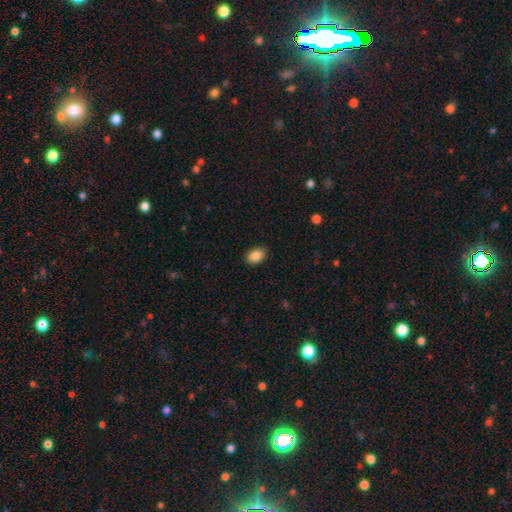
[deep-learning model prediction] Smooth or featured? Predicted: smooth (p=0.88). How rounded? Predicted: in between (p=0.79). Merging? Predicted: none (p=0.88).